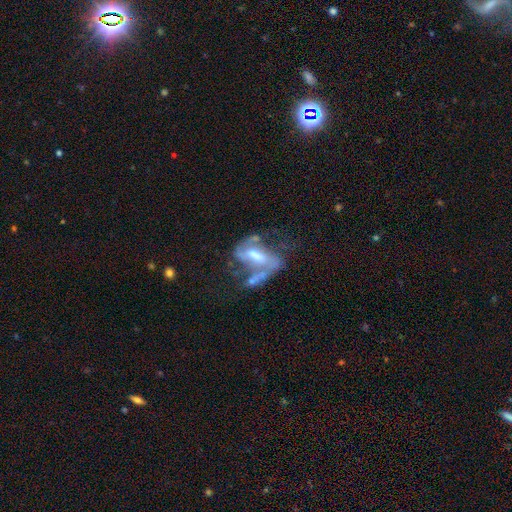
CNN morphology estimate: type=featured or disk (70%); edge-on=no (92%); bar=weak (41%); spiral arms=yes (62%); bulge=moderate (51%); merging=major disturbance (35%).